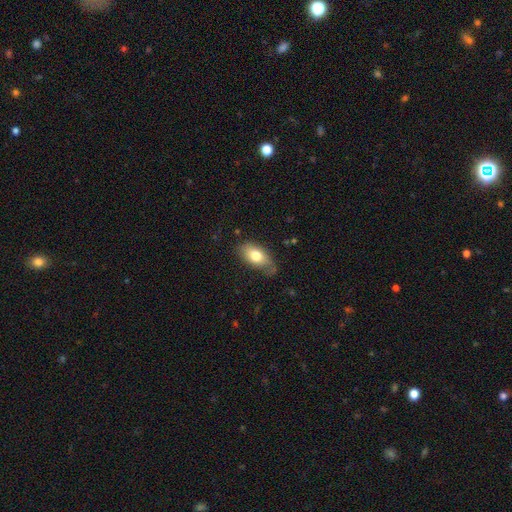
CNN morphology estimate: Overall: smooth (75%). How rounded: in between (90%). Merging: none (65%; minor disturbance 26%).